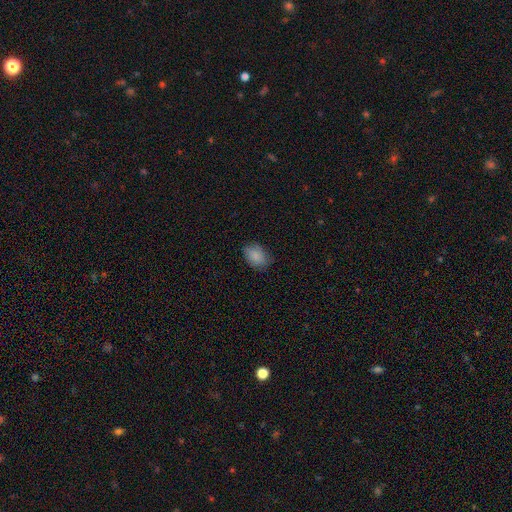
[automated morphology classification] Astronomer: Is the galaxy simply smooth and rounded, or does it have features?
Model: smooth — 87%.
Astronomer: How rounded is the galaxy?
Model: in between — 78%.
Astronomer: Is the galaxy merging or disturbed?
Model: none — 75%.